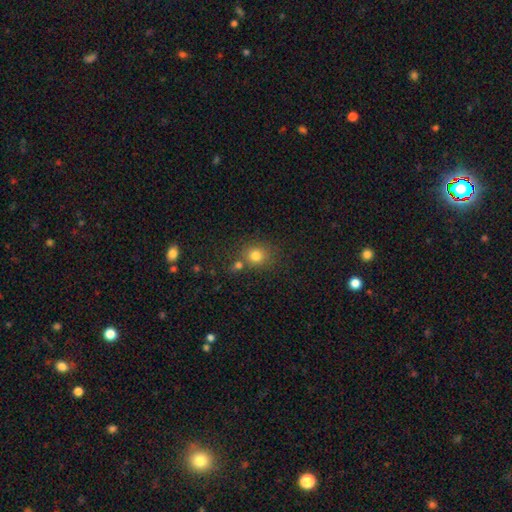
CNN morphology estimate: Smooth or featured: smooth — 78% (star or artifact — 14%)
How rounded: round — 79% (in between — 20%)
Merging: none — 66% (merger — 19%)